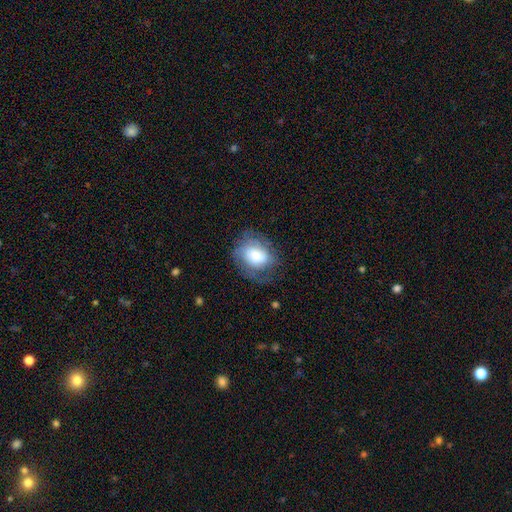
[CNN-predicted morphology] Overall: smooth (51%; featured or disk 40%). How rounded: in between (57%; round 41%). Merging: none (58%; minor disturbance 23%).